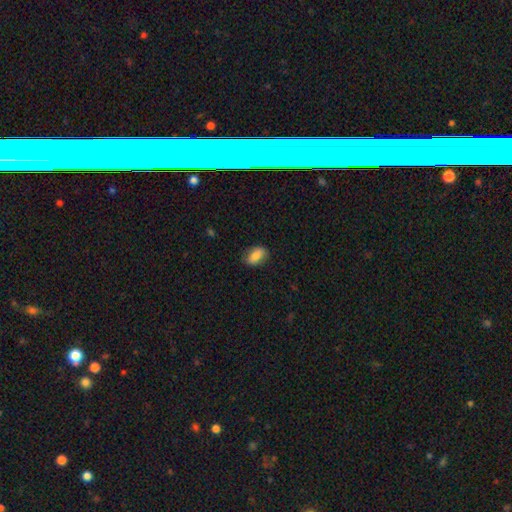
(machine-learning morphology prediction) This is clearly a smooth galaxy (82%). How rounded: clearly in between (88%). Merging: clearly none (81%).